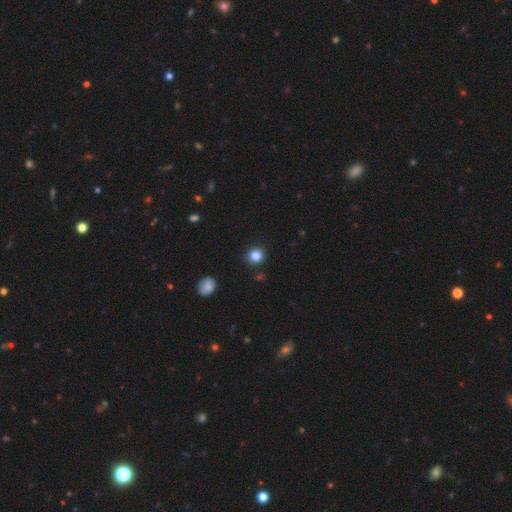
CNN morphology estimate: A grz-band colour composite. It shows a smooth galaxy with no disk features (85%) that is round (88%). Merging: none (88%).